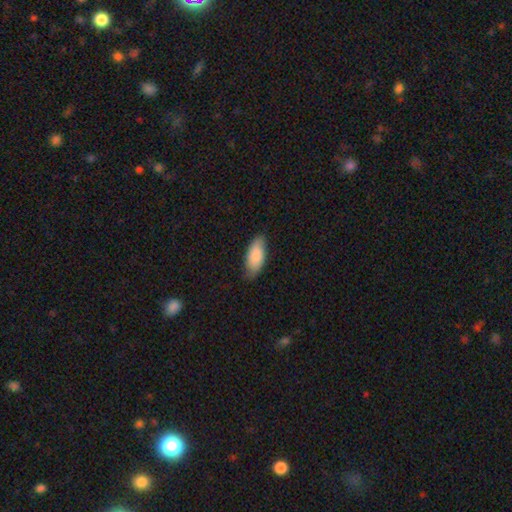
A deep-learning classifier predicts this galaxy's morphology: Q: Smooth or featured?
A: smooth (83%); runner-up: featured or disk (11%)
Q: How rounded?
A: in between (86%); runner-up: cigar-shaped (12%)
Q: Merging?
A: none (77%); runner-up: minor disturbance (19%)